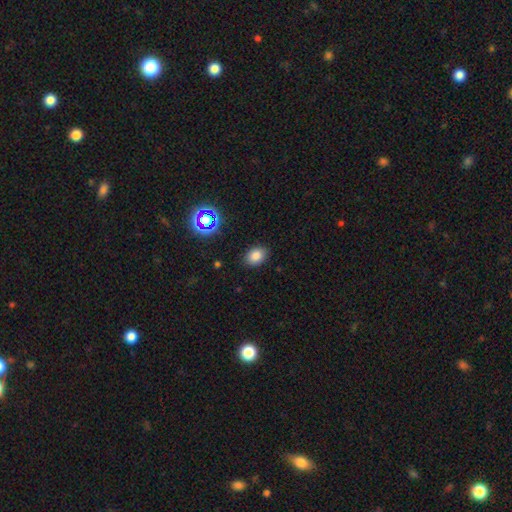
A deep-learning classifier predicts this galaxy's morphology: The model was most divided on "how rounded": in between: 67%, round: 32%, cigar-shaped: 1%. More confident: merging — none (87%); smooth or featured — smooth (80%).